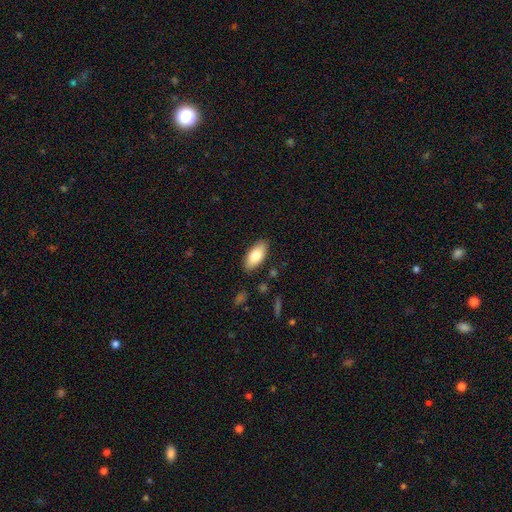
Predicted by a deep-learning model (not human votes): Smooth or featured? smooth (79%)
How rounded? in between (88%)
Merging? none (86%)